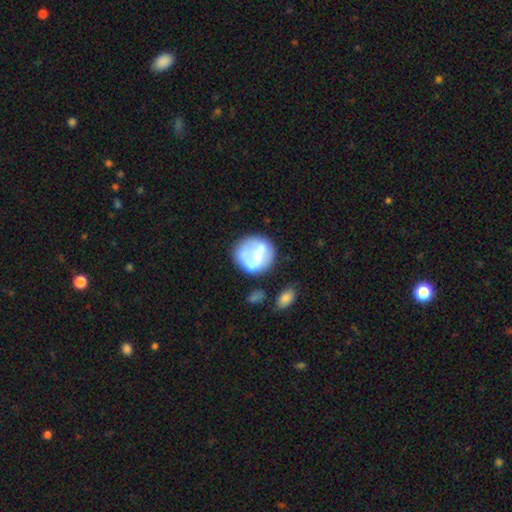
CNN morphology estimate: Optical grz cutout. It shows a smooth galaxy with no disk features (57%) that is round (85%). Merging: none (60%).